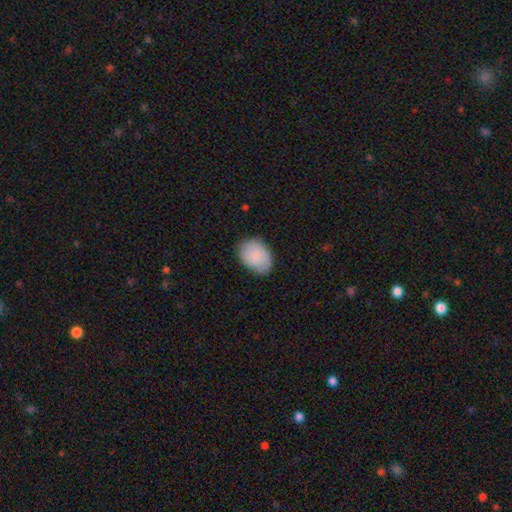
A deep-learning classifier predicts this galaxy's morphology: Smooth or featured: smooth — 85% (featured or disk — 9%)
How rounded: in between — 76% (round — 23%)
Merging: none — 75% (minor disturbance — 20%)